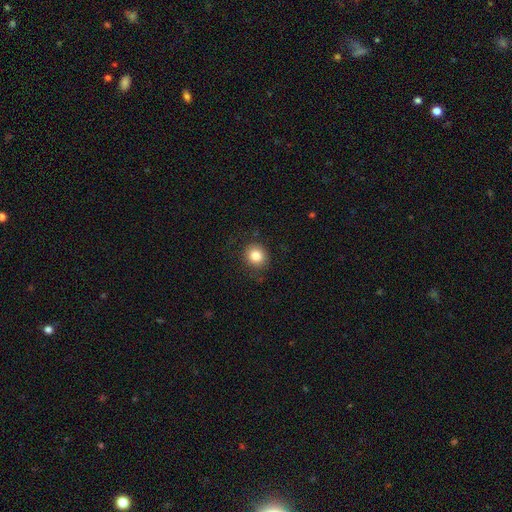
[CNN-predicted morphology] smooth 84%, star or artifact 10%, featured or disk 7%. Down the decision tree: how rounded — round (80%); merging — none (83%).